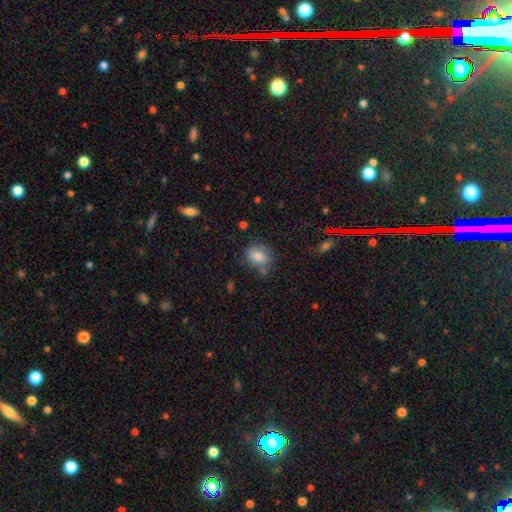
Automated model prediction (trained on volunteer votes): Morphology: type=smooth (80%); roundness=in between (58%); merging=none (69%).